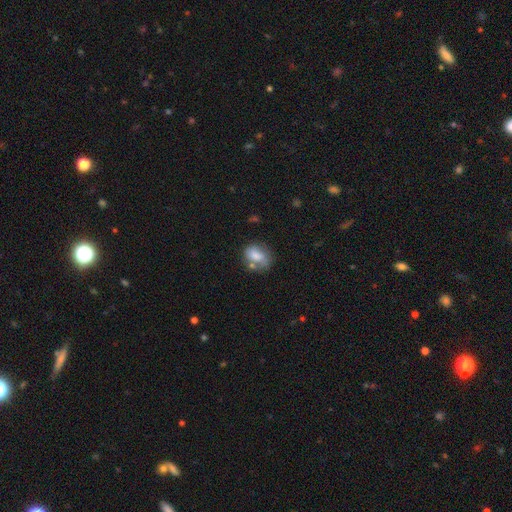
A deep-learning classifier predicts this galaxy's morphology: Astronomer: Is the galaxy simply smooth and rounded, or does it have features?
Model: smooth — 66%.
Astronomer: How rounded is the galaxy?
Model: in between — 68%.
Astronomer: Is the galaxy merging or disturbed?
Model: none — 45% (runner-up: minor disturbance, 25%).